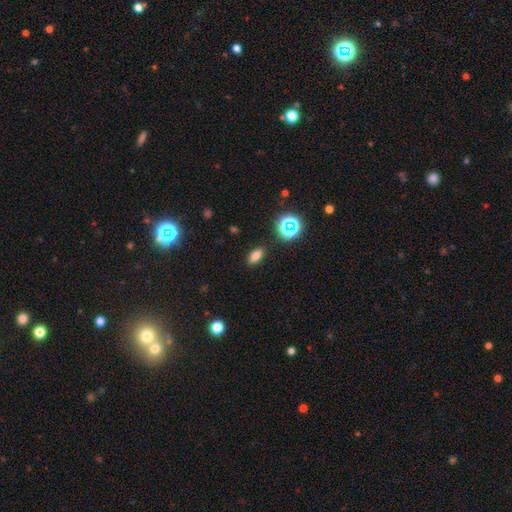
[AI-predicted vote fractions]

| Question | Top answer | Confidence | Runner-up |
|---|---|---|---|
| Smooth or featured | smooth | 77% | star or artifact (17%) |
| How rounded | in between | 84% | round (9%) |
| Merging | none | 88% | minor disturbance (8%) |